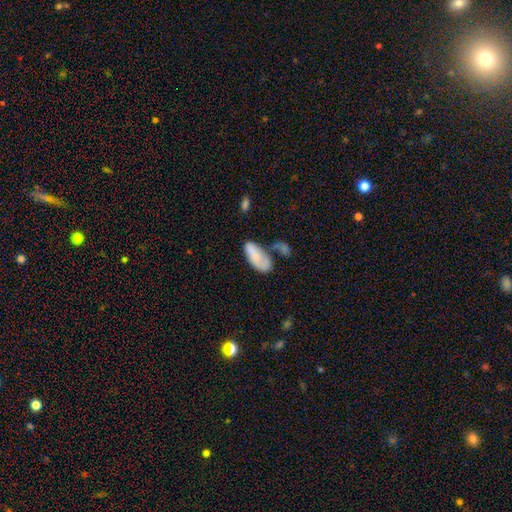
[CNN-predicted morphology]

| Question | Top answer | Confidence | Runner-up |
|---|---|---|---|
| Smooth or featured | smooth | 73% | featured or disk (20%) |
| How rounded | in between | 87% | cigar-shaped (11%) |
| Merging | none | 38% | minor disturbance (26%) |